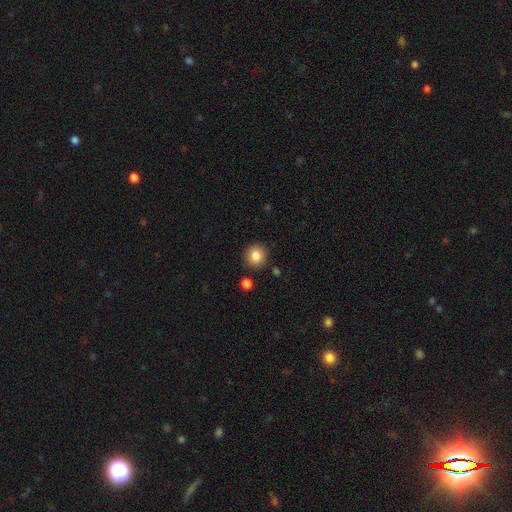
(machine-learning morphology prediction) A smooth galaxy with no disk features (85%) that is round (92%). Merging: none (88%).